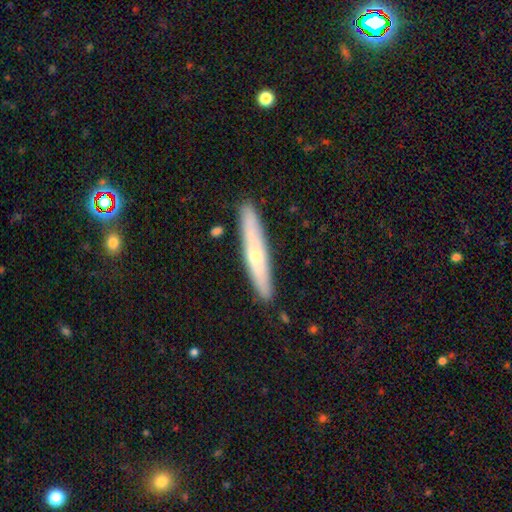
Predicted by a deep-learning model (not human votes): Smooth or featured?
  - smooth: 50% *
  - featured or disk: 45%
  - star or artifact: 6%
Merging?
  - none: 88% *
  - minor disturbance: 8%
  - merger: 2%
  - major disturbance: 2%